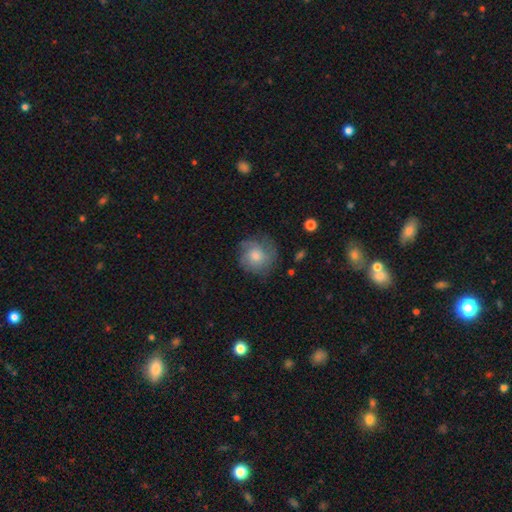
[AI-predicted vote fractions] Smooth or featured? smooth (50%)
How rounded? round (87%)
Merging? none (72%)